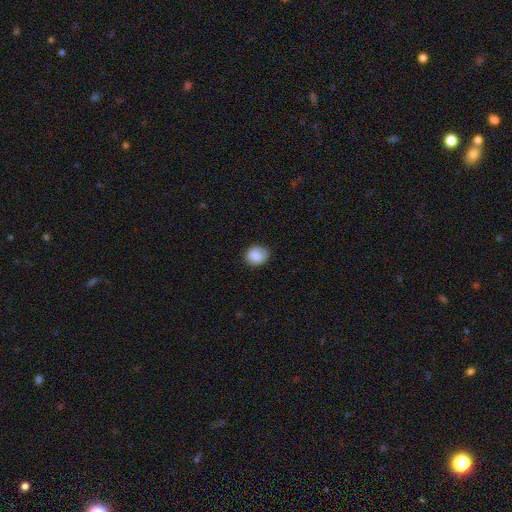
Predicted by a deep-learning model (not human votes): Smooth or featured?
  - smooth: 77% *
  - featured or disk: 15%
  - star or artifact: 8%
How rounded?
  - round: 72% *
  - in between: 27%
  - cigar-shaped: 1%
Merging?
  - none: 72% *
  - minor disturbance: 21%
  - major disturbance: 6%
  - merger: 1%